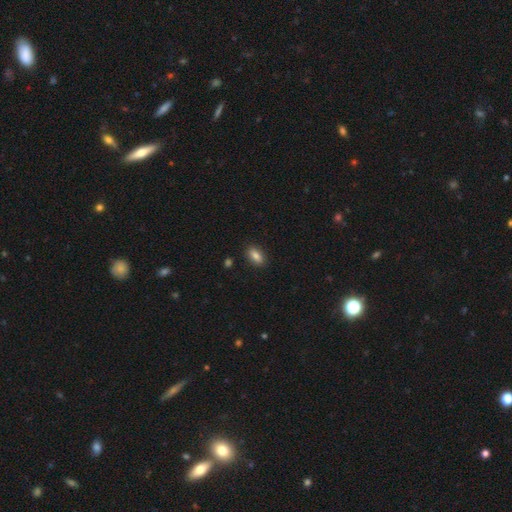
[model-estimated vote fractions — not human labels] This is clearly a smooth galaxy (85%). How rounded: clearly in between (87%). Merging: clearly none (87%).